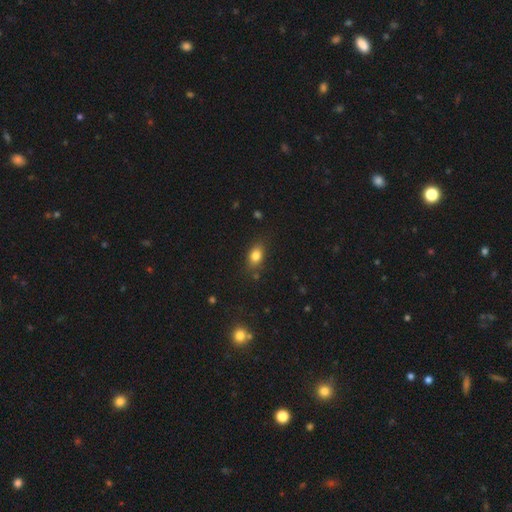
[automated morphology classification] The model was most divided on "how rounded": in between: 76%, round: 20%, cigar-shaped: 3%. More confident: smooth or featured — smooth (80%); merging — none (80%).